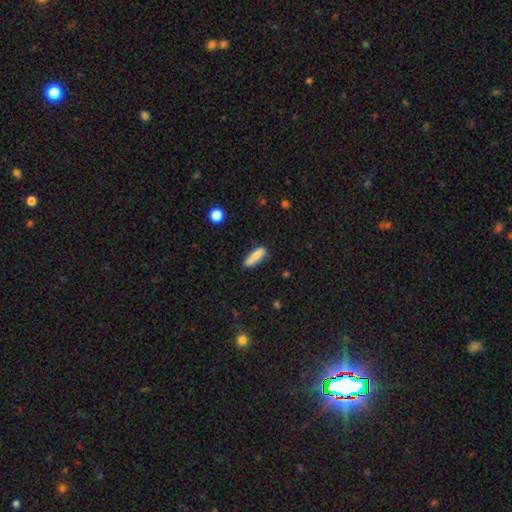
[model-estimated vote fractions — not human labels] This appears to be a smooth galaxy with no disk features (84%) that is cigar-shaped (61%). Merging: none (78%).